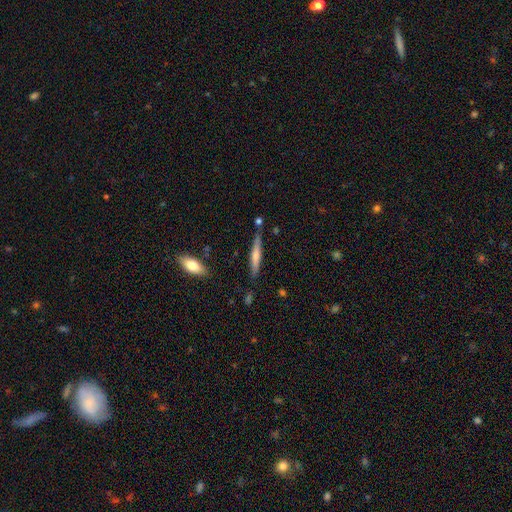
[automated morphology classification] smooth 55%, featured or disk 39%, star or artifact 6%. Down the decision tree: how rounded — cigar-shaped (91%); merging — none (77%).